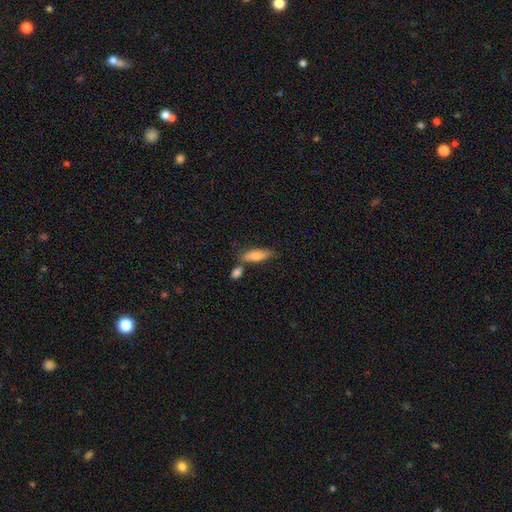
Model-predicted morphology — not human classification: Smooth or featured: smooth — 75% (featured or disk — 18%)
How rounded: in between — 52% (cigar-shaped — 45%)
Merging: none — 62% (merger — 21%)